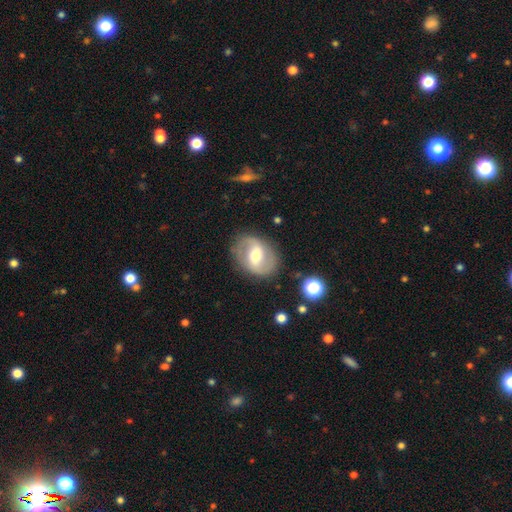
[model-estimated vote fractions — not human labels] Smooth or featured?
  - featured or disk: 70% *
  - smooth: 23%
  - star or artifact: 7%
Edge-on disk?
  - no: 96% *
  - yes: 4%
Bar?
  - weak: 45% *
  - strong: 34%
  - no: 21%
Spiral arms?
  - yes: 78% *
  - no: 22%
Spiral winding?
  - medium: 47% *
  - loose: 34%
  - tight: 19%
Spiral arm count?
  - 2: 88% *
  - can't tell: 7%
  - 1: 2%
  - 3: 1%
  - 4: 1%
  - more than 4: 1%
Bulge size?
  - moderate: 68% *
  - small: 20%
  - large: 10%
  - dominant: 1%
  - none: 1%
Merging?
  - none: 82% *
  - minor disturbance: 12%
  - major disturbance: 5%
  - merger: 1%